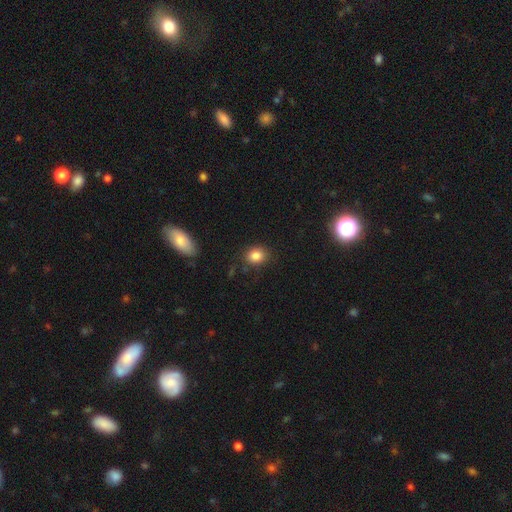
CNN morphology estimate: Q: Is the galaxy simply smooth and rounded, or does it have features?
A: smooth — 85%.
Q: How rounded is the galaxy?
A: round — 55%.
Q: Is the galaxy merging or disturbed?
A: none — 81%.